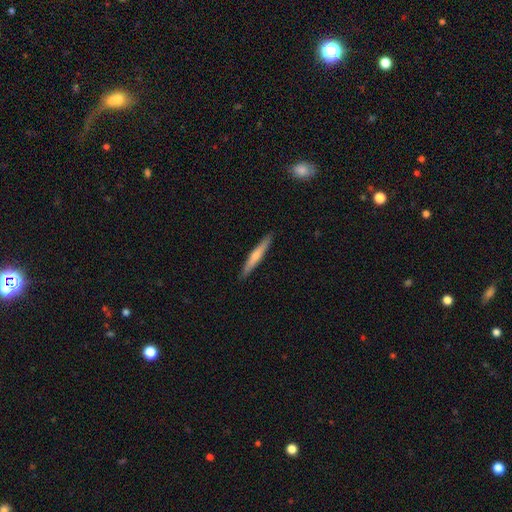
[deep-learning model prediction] Morphology: type=smooth (57%); roundness=cigar-shaped (95%); merging=none (91%).